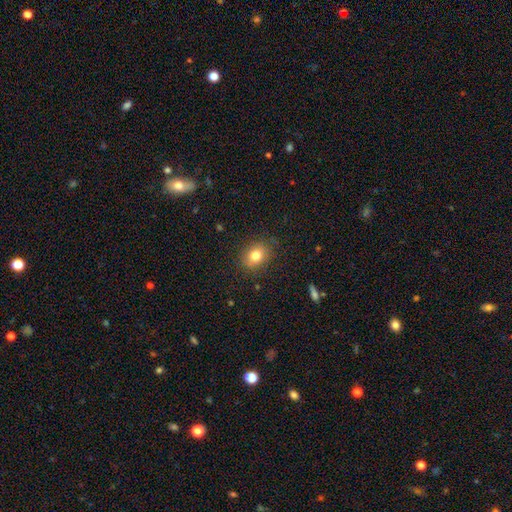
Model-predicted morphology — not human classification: smooth-or-featured: smooth: 80% | star or artifact: 11% | featured or disk: 9%
  how-rounded: in between: 50% | round: 49% | cigar-shaped: 1%
  merging: none: 84% | minor disturbance: 11% | major disturbance: 3% | merger: 1%